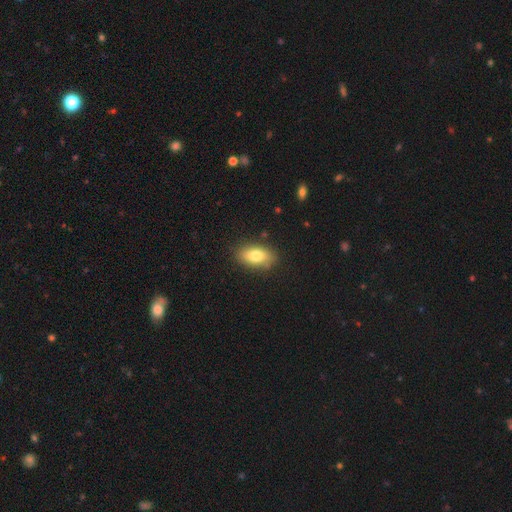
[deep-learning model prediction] smooth 79%, featured or disk 14%, star or artifact 7%. Down the decision tree: how rounded — in between (89%); merging — none (84%).